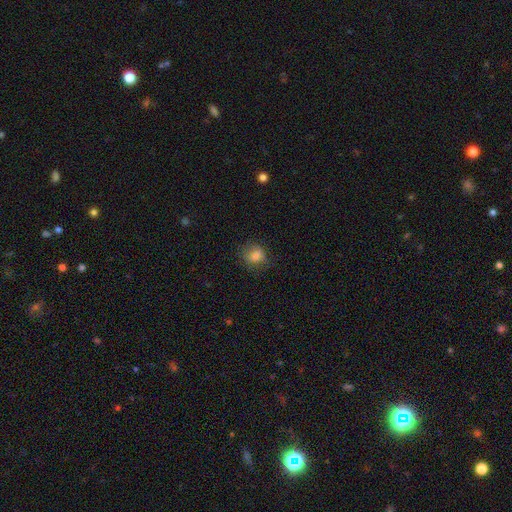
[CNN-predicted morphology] Q: Smooth or featured?
A: smooth (79%); runner-up: star or artifact (11%)
Q: How rounded?
A: round (74%); runner-up: in between (25%)
Q: Merging?
A: none (75%); runner-up: minor disturbance (17%)